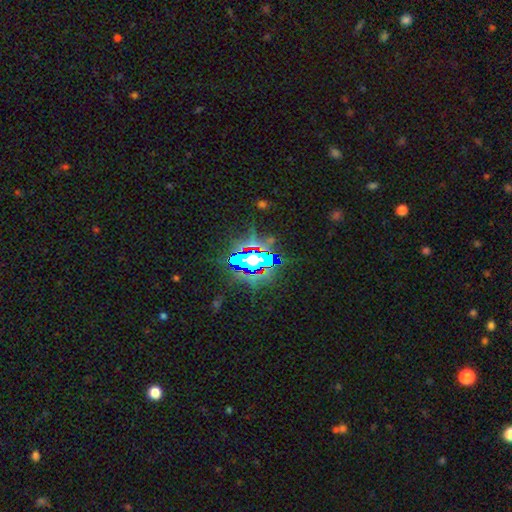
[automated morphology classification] Smooth or featured? Predicted: star or artifact (p=0.71).